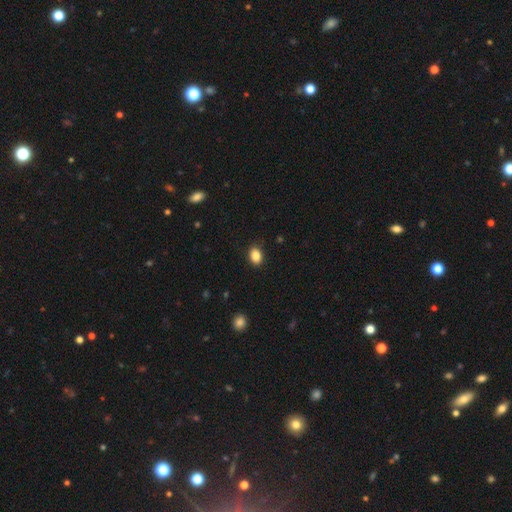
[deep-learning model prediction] smooth 87%, star or artifact 9%, featured or disk 4%. Down the decision tree: how rounded — in between (72%); merging — none (87%).